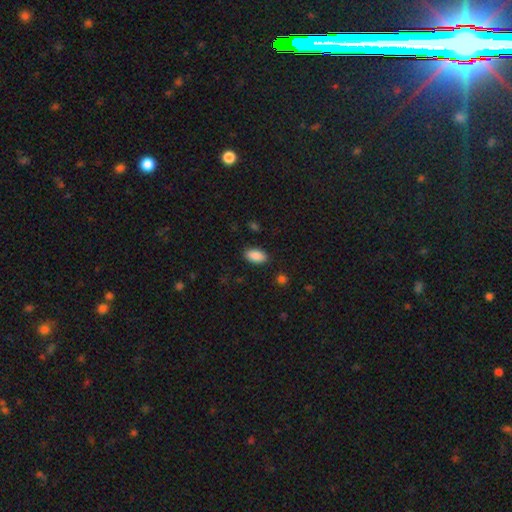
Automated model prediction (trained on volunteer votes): Smooth or featured? smooth (89%)
How rounded? in between (94%)
Merging? none (88%)